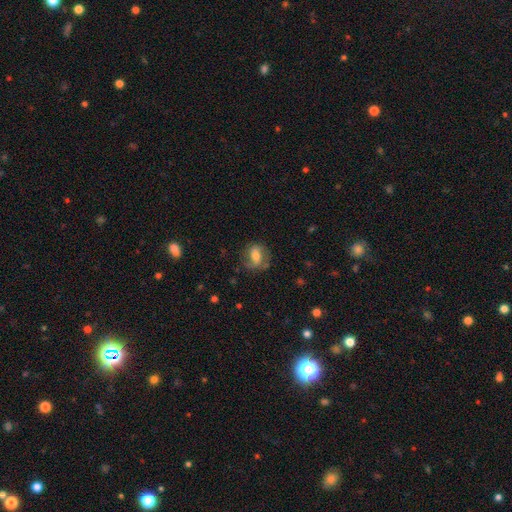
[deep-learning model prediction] This appears to be a smooth galaxy with no disk features (49%). Merging: none (64%).